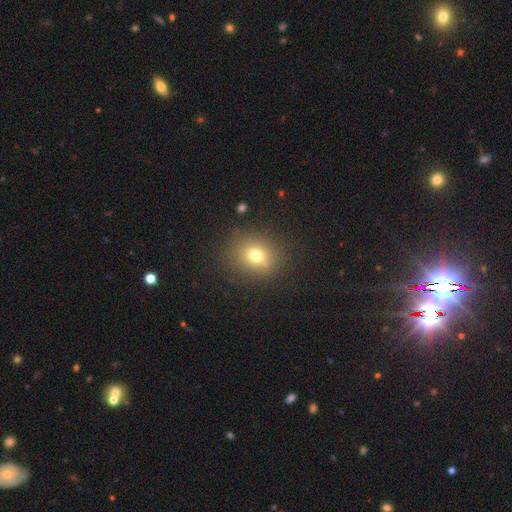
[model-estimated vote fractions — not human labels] Smooth or featured? smooth (73%)
How rounded? round (69%)
Merging? none (83%)